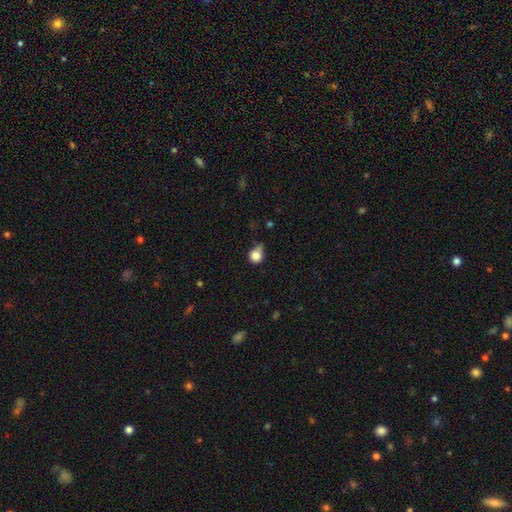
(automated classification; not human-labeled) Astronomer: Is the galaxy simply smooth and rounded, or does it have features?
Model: smooth — 81%.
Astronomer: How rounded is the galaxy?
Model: round — 76%.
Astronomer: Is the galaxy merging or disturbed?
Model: minor disturbance — 40% (runner-up: none, 36%).